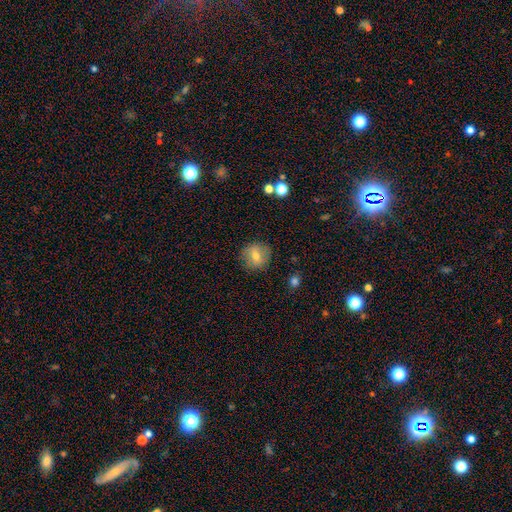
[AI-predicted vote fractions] Smooth or featured? smooth (67%)
How rounded? round (88%)
Merging? none (86%)